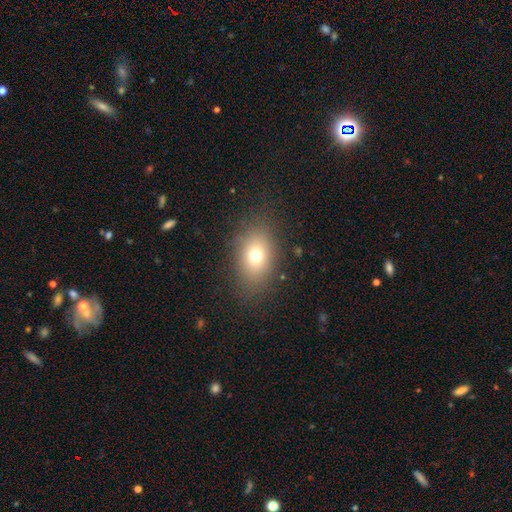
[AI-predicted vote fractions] A smooth galaxy with no disk features (72%) that is in between round and cigar-shaped (70%).

Vote fractions:
- Smooth or featured? smooth: 72% / star or artifact: 15% / featured or disk: 14%
- How rounded? in between: 70% / round: 29% / cigar-shaped: 1%
- Merging? none: 82% / minor disturbance: 11% / major disturbance: 6% / merger: 1%